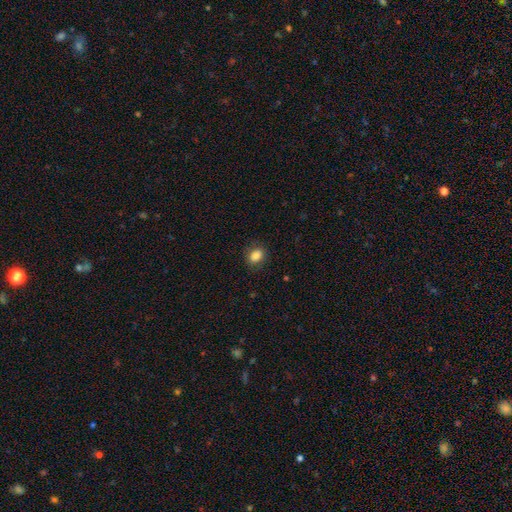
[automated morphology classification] smooth_or_featured: smooth (p=0.85) [alt: star or artifact p=0.09]
how_rounded: in between (p=0.66) [alt: round p=0.33]
merging: none (p=0.83) [alt: minor disturbance p=0.13]